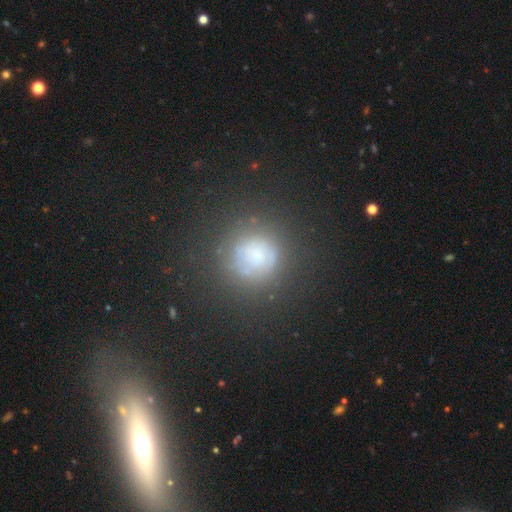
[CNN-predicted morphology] The model was most divided on "smooth or featured": smooth: 48%, featured or disk: 30%, star or artifact: 22%. More confident: merging — none (70%).